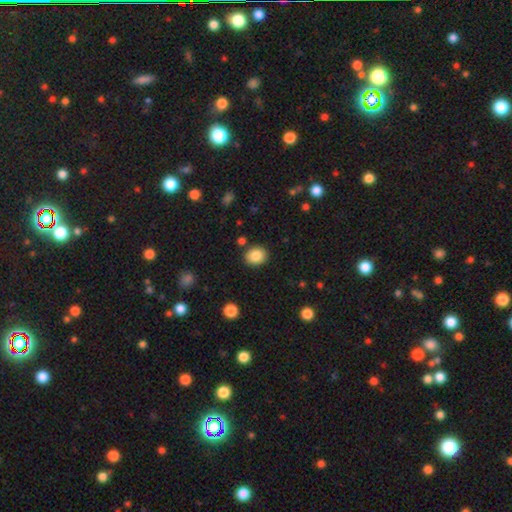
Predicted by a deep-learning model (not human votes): A smooth galaxy with no disk features (86%) that is round (62%).

Vote fractions:
- Smooth or featured? smooth: 86% / star or artifact: 9% / featured or disk: 5%
- How rounded? round: 62% / in between: 37% / cigar-shaped: 1%
- Merging? none: 87% / minor disturbance: 8% / merger: 3% / major disturbance: 2%